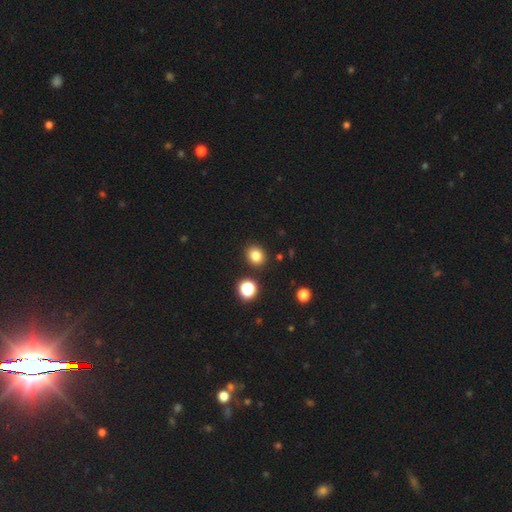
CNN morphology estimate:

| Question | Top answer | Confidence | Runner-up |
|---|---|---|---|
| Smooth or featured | smooth | 81% | star or artifact (13%) |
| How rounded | round | 72% | in between (27%) |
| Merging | none | 87% | minor disturbance (7%) |